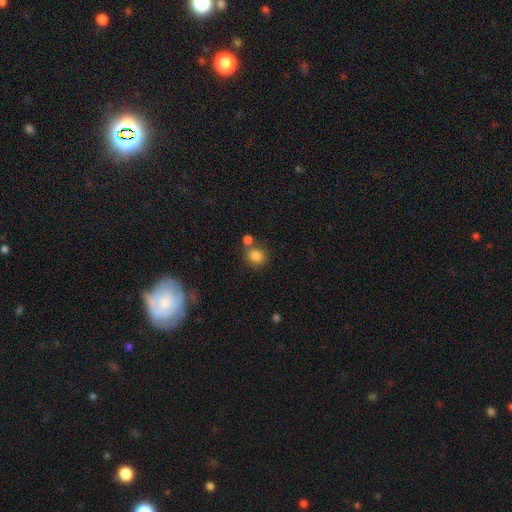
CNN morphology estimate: Smooth or featured?
  - smooth: 83% *
  - star or artifact: 11%
  - featured or disk: 6%
How rounded?
  - round: 75% *
  - in between: 24%
  - cigar-shaped: 1%
Merging?
  - none: 61% *
  - merger: 24%
  - minor disturbance: 11%
  - major disturbance: 4%